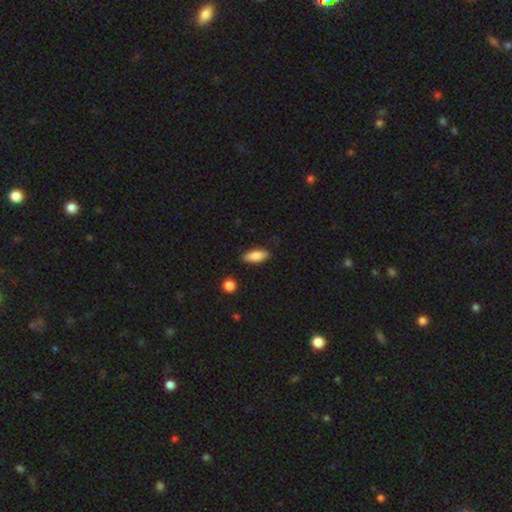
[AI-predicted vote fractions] A smooth galaxy with no disk features (85%) that is in between round and cigar-shaped (77%). Merging: none (86%).